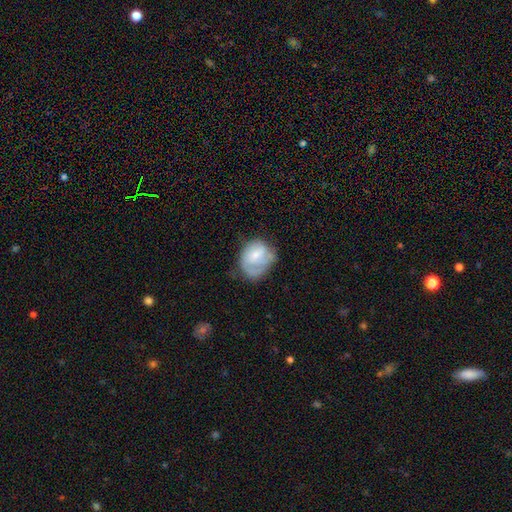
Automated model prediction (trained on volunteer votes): Smooth or featured?
  - smooth: 53% *
  - featured or disk: 40%
  - star or artifact: 7%
How rounded?
  - round: 51% *
  - in between: 49%
  - cigar-shaped: 1%
Merging?
  - none: 38% *
  - minor disturbance: 34%
  - major disturbance: 24%
  - merger: 4%